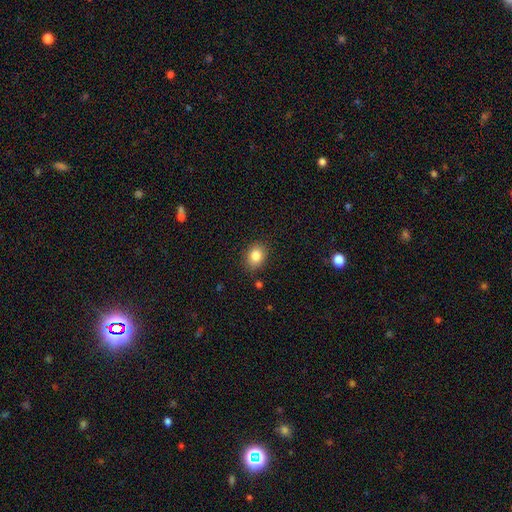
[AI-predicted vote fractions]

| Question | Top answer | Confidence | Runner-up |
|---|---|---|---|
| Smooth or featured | smooth | 84% | star or artifact (9%) |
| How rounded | in between | 56% | round (43%) |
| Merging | none | 85% | minor disturbance (11%) |